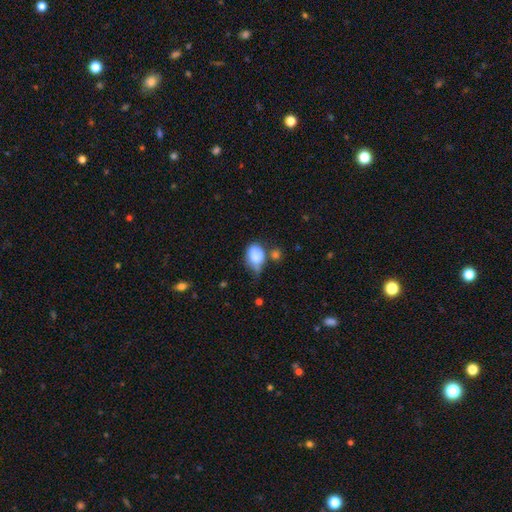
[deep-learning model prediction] A smooth galaxy with no disk features (73%) that is in between round and cigar-shaped (69%).

Vote fractions:
- Smooth or featured? smooth: 73% / featured or disk: 18% / star or artifact: 9%
- How rounded? in between: 69% / round: 29% / cigar-shaped: 2%
- Merging? minor disturbance: 35% / none: 25% / merger: 22% / major disturbance: 19%